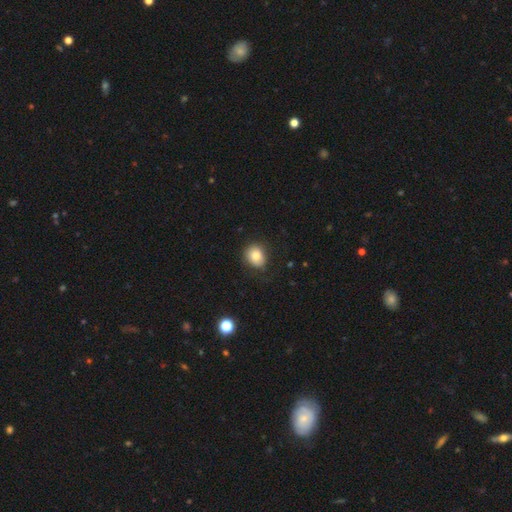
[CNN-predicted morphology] A smooth galaxy with no disk features (82%) that is round (62%). Merging: none (76%).